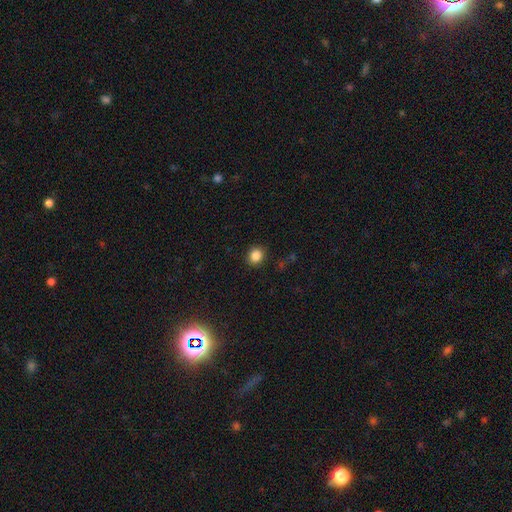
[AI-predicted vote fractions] A smooth galaxy with no disk features (86%) that is round (79%). Merging: none (89%).